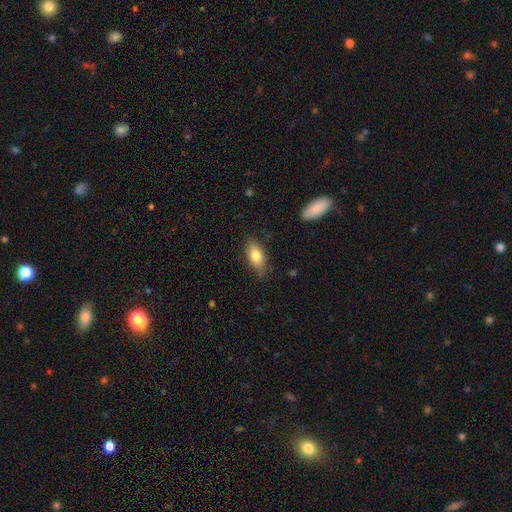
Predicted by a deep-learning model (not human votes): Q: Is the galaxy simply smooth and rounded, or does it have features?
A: smooth — 79%.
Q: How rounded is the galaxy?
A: in between — 87%.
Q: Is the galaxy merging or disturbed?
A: none — 79%.